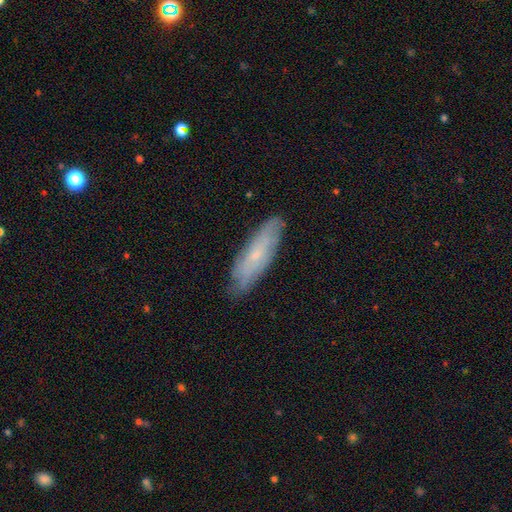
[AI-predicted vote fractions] Smooth or featured?
  - smooth: 48% *
  - featured or disk: 45%
  - star or artifact: 8%
Merging?
  - none: 82% *
  - minor disturbance: 15%
  - major disturbance: 3%
  - merger: 1%